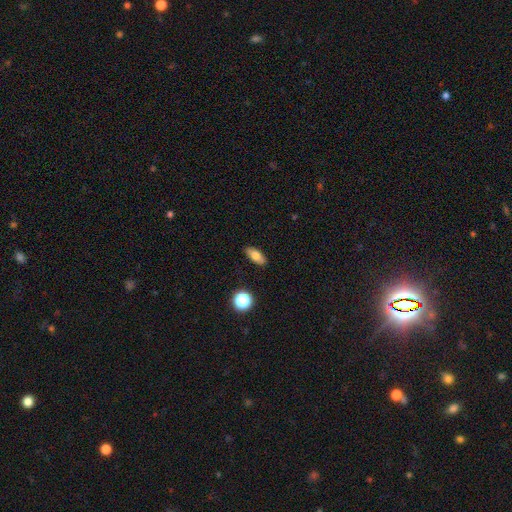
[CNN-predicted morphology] type=smooth (74%); roundness=in between (81%); merging=none (88%).